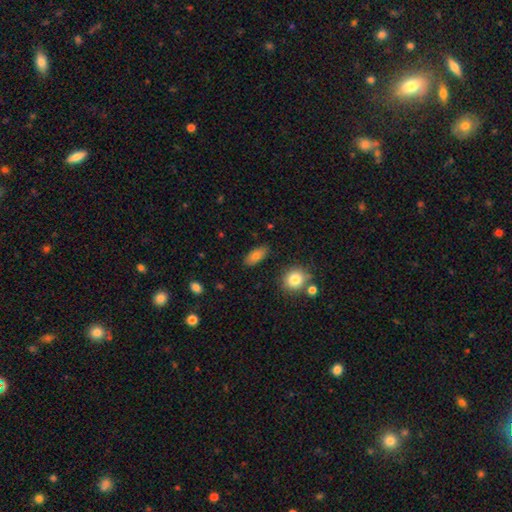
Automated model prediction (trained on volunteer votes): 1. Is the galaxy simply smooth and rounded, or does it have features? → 81% smooth, 11% featured or disk, 8% star or artifact.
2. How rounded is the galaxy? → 87% in between, 8% cigar-shaped, 5% round.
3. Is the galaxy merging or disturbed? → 83% none, 12% minor disturbance, 3% major disturbance, 2% merger.